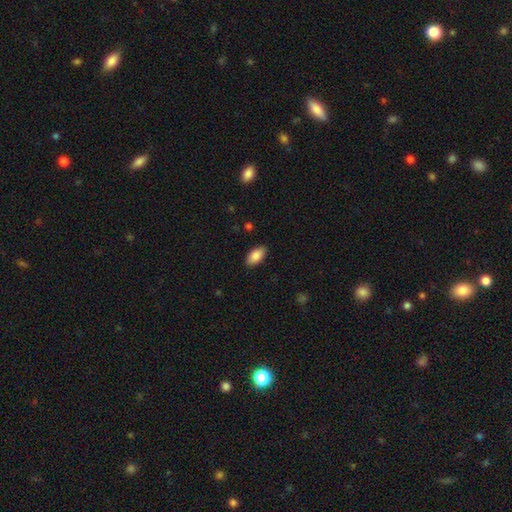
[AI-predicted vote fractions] smooth 86%, featured or disk 7%, star or artifact 7%. Down the decision tree: how rounded — in between (93%); merging — none (88%).